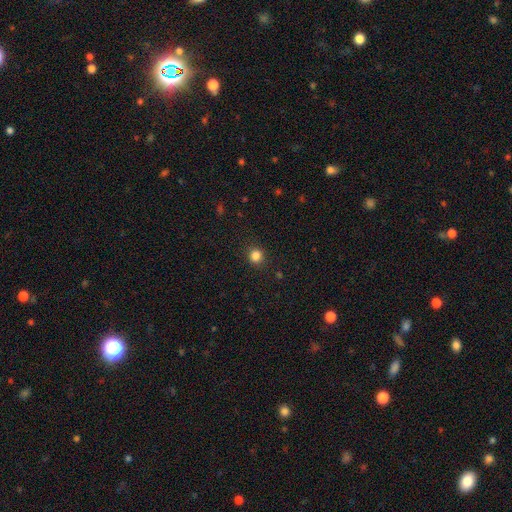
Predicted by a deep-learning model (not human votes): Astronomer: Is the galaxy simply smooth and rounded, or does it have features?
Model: smooth — 84%.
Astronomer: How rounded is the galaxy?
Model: round — 88%.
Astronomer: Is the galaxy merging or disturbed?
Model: none — 90%.